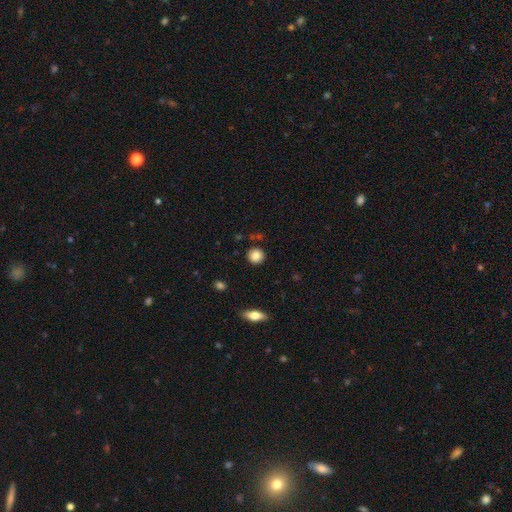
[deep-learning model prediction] Smooth or featured?
  - smooth: 85% *
  - star or artifact: 9%
  - featured or disk: 5%
How rounded?
  - round: 91% *
  - in between: 8%
  - cigar-shaped: 1%
Merging?
  - none: 89% *
  - minor disturbance: 7%
  - merger: 2%
  - major disturbance: 2%